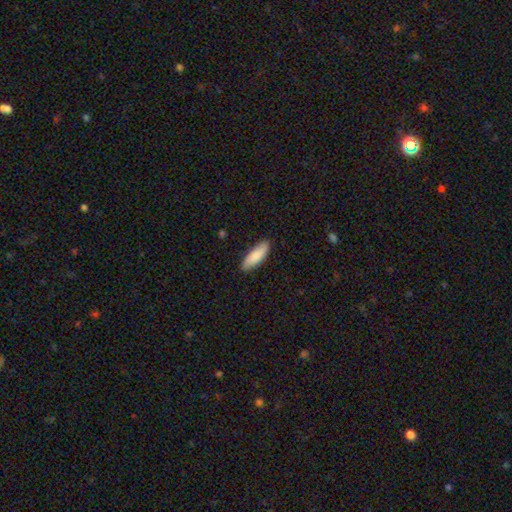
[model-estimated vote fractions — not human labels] Smooth or featured: smooth — 85% (featured or disk — 10%)
How rounded: in between — 57% (cigar-shaped — 41%)
Merging: none — 86% (minor disturbance — 11%)